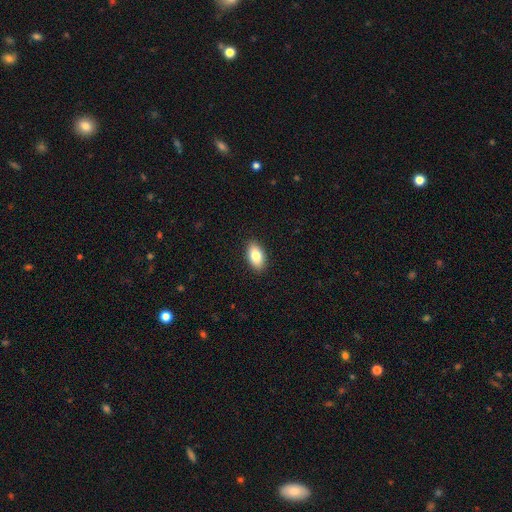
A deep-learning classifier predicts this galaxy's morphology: The model was most divided on "smooth or featured": smooth: 82%, featured or disk: 11%, star or artifact: 7%. More confident: how rounded — in between (92%); merging — none (90%).